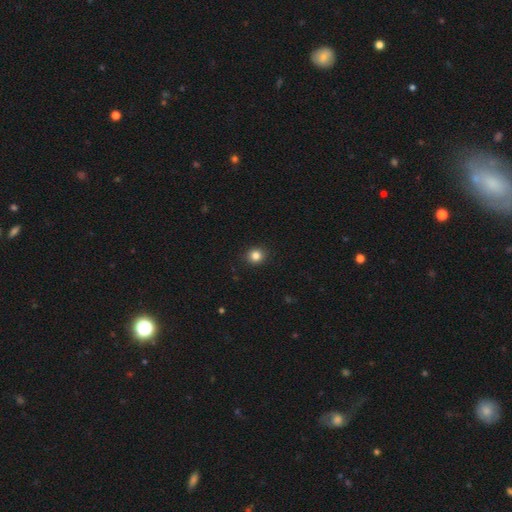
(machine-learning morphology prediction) Smooth or featured?
  - smooth: 84% *
  - star or artifact: 12%
  - featured or disk: 4%
How rounded?
  - round: 87% *
  - in between: 12%
  - cigar-shaped: 1%
Merging?
  - none: 91% *
  - minor disturbance: 6%
  - major disturbance: 2%
  - merger: 1%